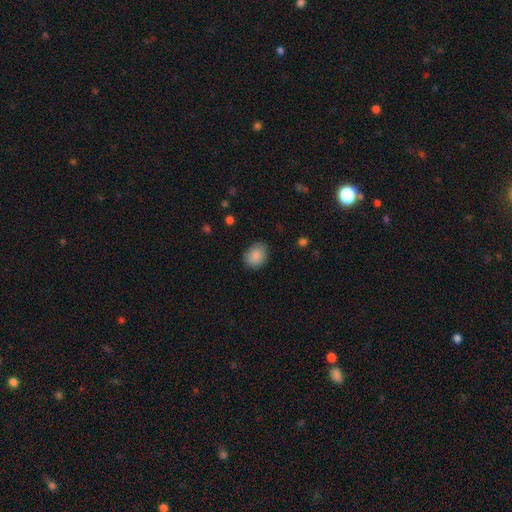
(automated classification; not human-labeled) Smooth or featured? smooth (87%)
How rounded? round (50%)
Merging? none (84%)